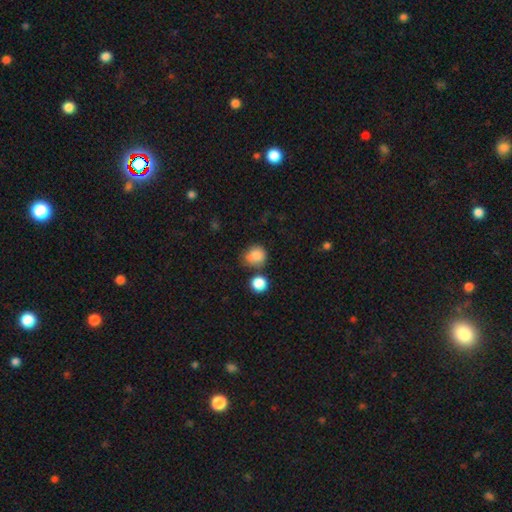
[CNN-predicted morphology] This appears to be a smooth galaxy with no disk features (84%) that is round (76%). Merging: none (61%).